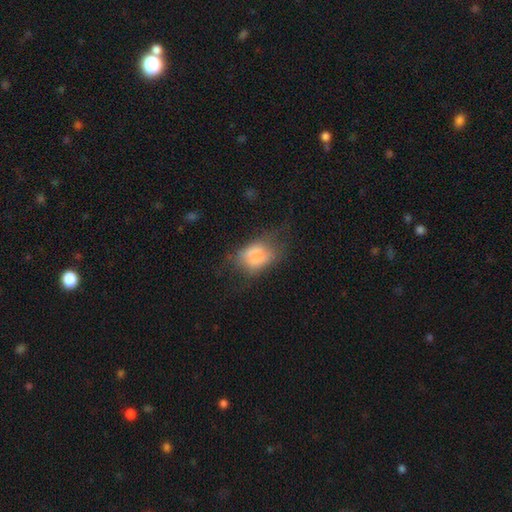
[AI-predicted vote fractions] The model was most divided on "merging": none: 36%, major disturbance: 31%, minor disturbance: 29%, merger: 4%. More confident: how rounded — in between (78%); smooth or featured — smooth (67%).